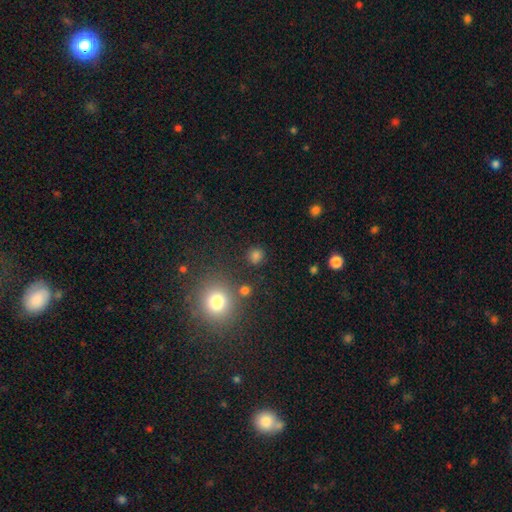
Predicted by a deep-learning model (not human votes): Smooth or featured: smooth — 79% (star or artifact — 16%)
How rounded: round — 86% (in between — 13%)
Merging: none — 83% (minor disturbance — 9%)